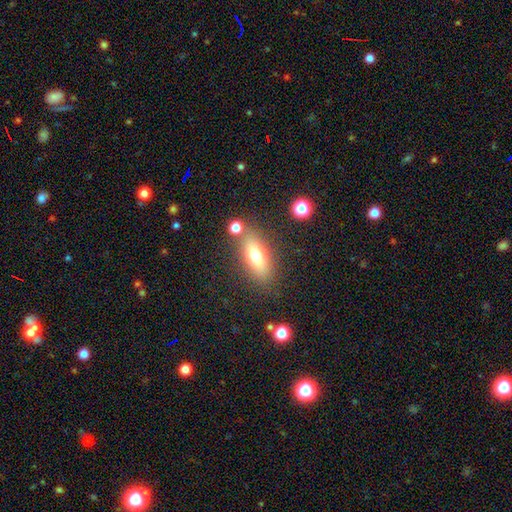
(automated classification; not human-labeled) Q: Smooth or featured?
A: smooth (70%); runner-up: featured or disk (20%)
Q: How rounded?
A: in between (75%); runner-up: cigar-shaped (19%)
Q: Merging?
A: none (75%); runner-up: minor disturbance (12%)